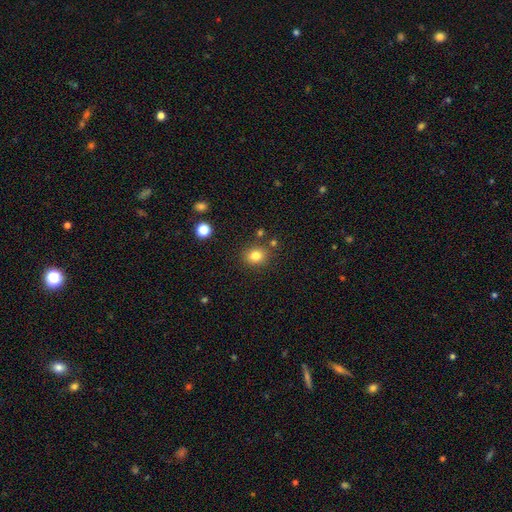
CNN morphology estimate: Smooth or featured? Predicted: smooth (p=0.81). How rounded? Predicted: round (p=0.64). Merging? Predicted: none (p=0.82).